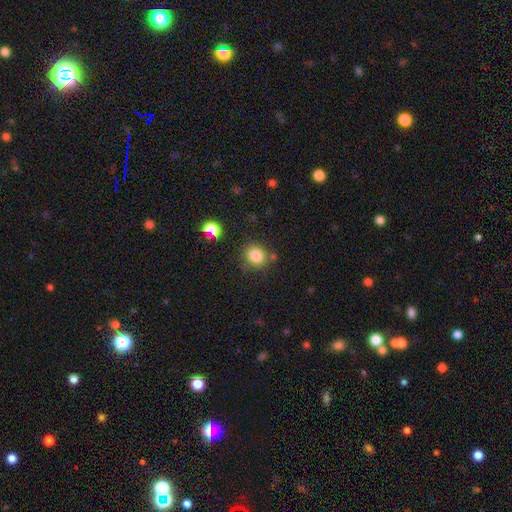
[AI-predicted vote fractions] Smooth or featured? smooth (84%)
How rounded? round (76%)
Merging? none (79%)